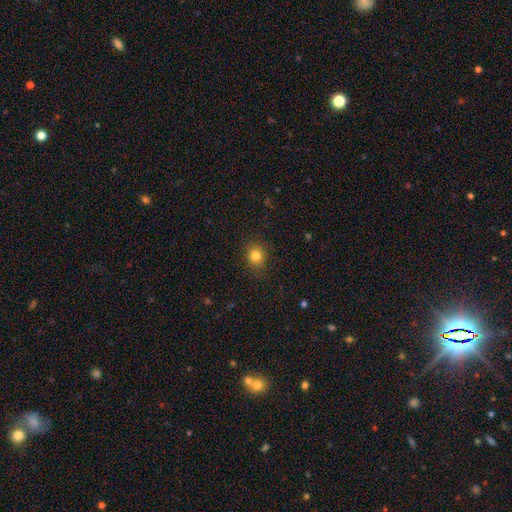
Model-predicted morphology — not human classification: Smooth or featured? Predicted: smooth (p=0.82). How rounded? Predicted: round (p=0.80). Merging? Predicted: none (p=0.88).